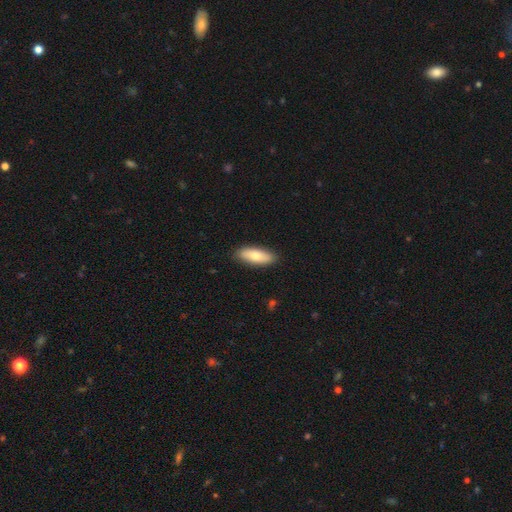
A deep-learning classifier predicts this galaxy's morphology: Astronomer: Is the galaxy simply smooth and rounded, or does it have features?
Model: smooth — 77%.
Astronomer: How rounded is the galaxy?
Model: in between — 70%.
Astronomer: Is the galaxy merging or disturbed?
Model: none — 88%.